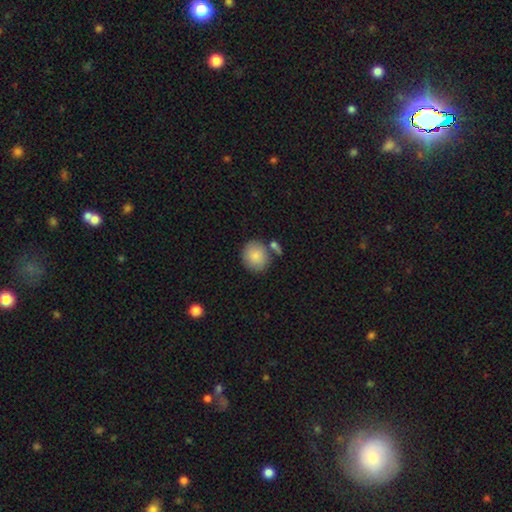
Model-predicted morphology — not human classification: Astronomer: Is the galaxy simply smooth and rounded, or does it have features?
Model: smooth — 85%.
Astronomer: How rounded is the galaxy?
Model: round — 80%.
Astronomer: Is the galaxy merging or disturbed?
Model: none — 71%.